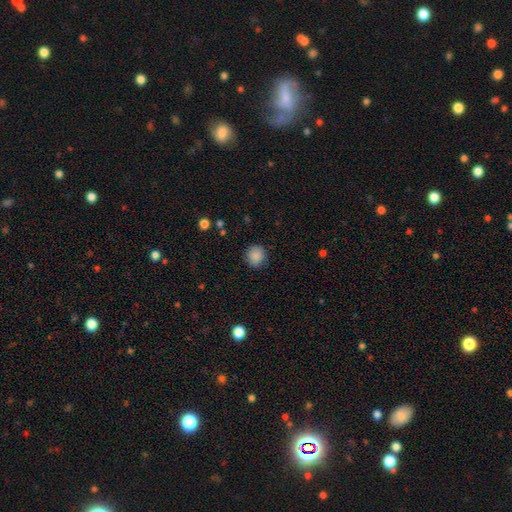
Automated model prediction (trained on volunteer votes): Smooth or featured? Predicted: smooth (p=0.87). How rounded? Predicted: round (p=0.88). Merging? Predicted: none (p=0.84).